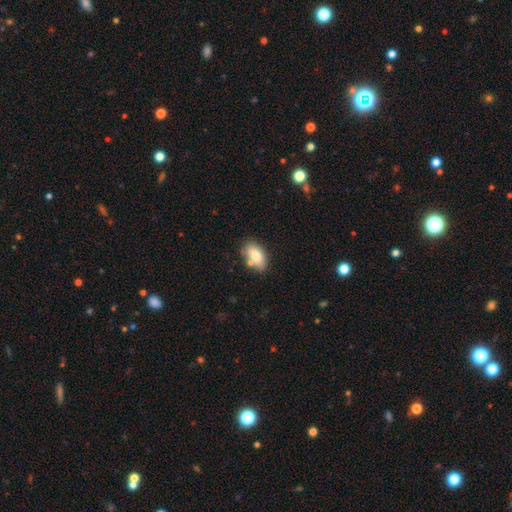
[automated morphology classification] A smooth galaxy with no disk features (78%) that is in between round and cigar-shaped (91%). Merging: none (65%).